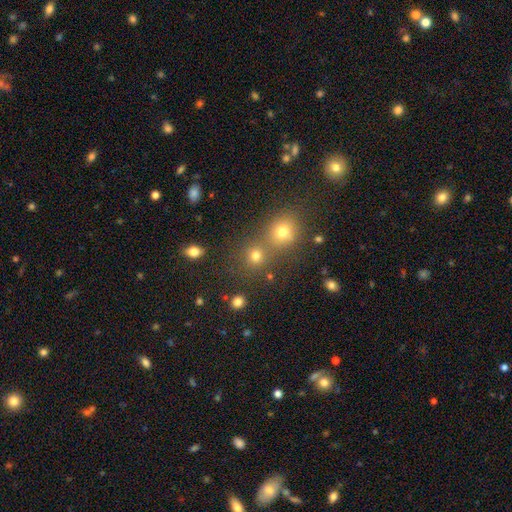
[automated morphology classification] Smooth or featured?
  - smooth: 76% *
  - star or artifact: 17%
  - featured or disk: 7%
How rounded?
  - round: 86% *
  - in between: 13%
  - cigar-shaped: 1%
Merging?
  - none: 59% *
  - merger: 30%
  - minor disturbance: 7%
  - major disturbance: 3%